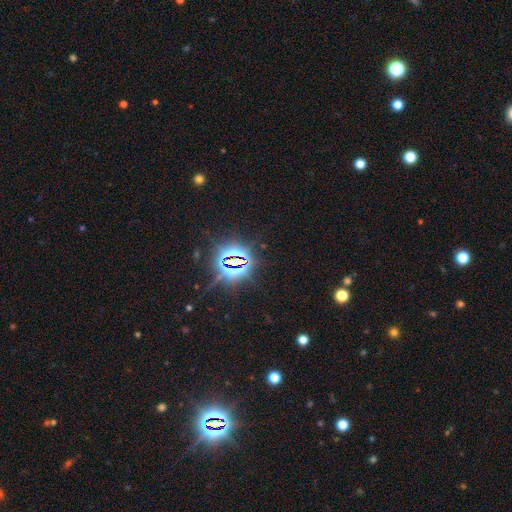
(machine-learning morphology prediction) Smooth or featured? star or artifact (84%)